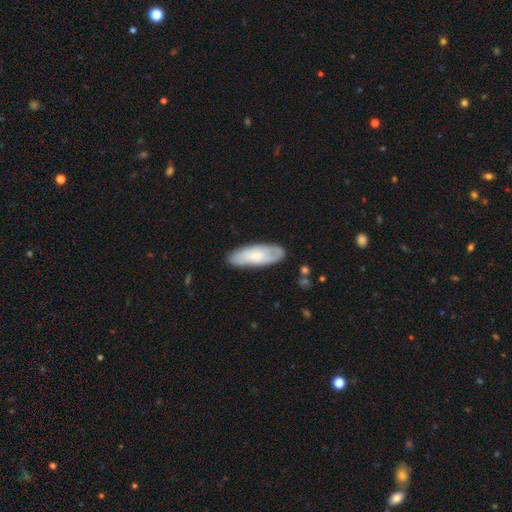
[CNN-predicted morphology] type=smooth (63%); roundness=in between (69%); merging=none (79%).